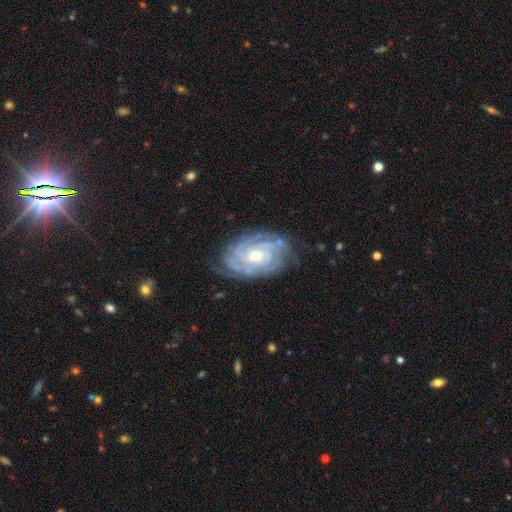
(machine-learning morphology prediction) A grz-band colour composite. It shows a featured or disk galaxy (89%) with no bar (59%), tight (77%) spiral arms (97%) and a moderate central bulge (57%). Merging: none (76%).